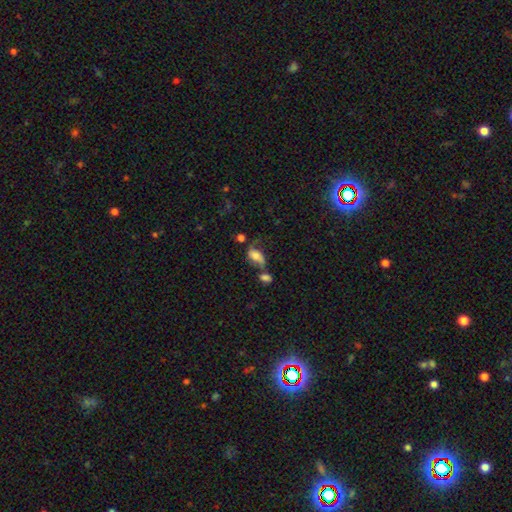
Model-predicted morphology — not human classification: Smooth or featured? smooth (49%)
Merging? none (33%)